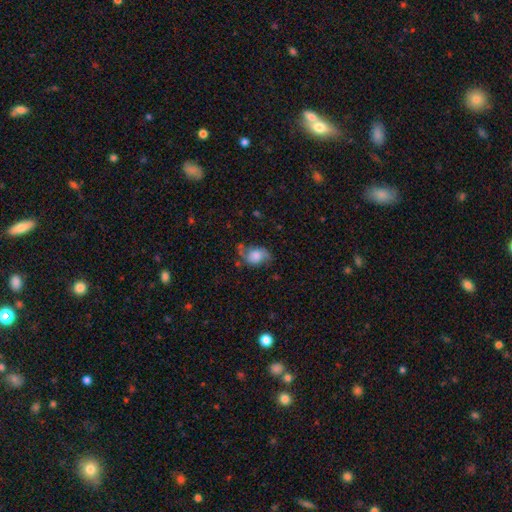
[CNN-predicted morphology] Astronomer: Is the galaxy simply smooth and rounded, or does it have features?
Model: featured or disk — 46% (runner-up: smooth, 44%).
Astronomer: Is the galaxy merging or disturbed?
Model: none — 53%.